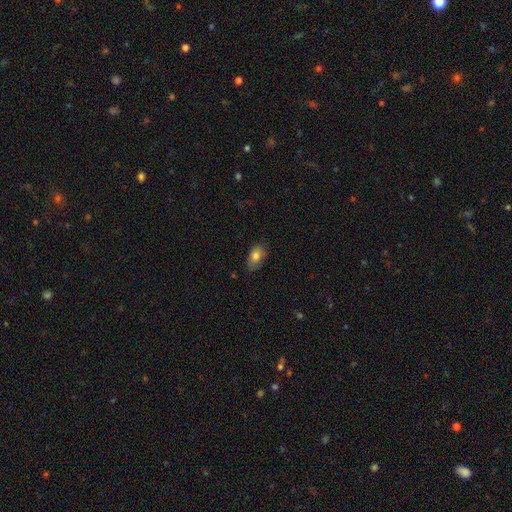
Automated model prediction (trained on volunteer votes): Smooth or featured?
  - smooth: 76% *
  - featured or disk: 16%
  - star or artifact: 8%
How rounded?
  - in between: 90% *
  - round: 8%
  - cigar-shaped: 2%
Merging?
  - none: 71% *
  - minor disturbance: 23%
  - major disturbance: 5%
  - merger: 1%